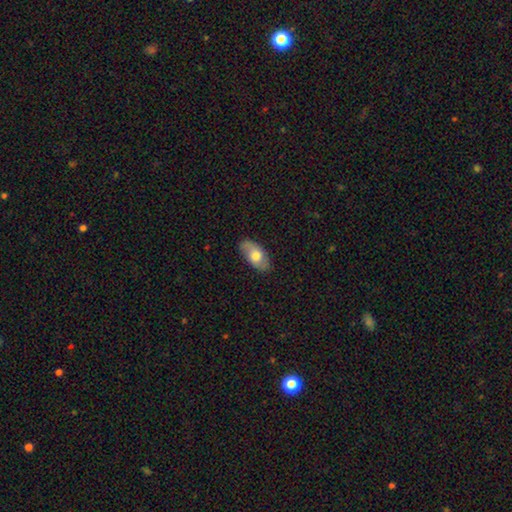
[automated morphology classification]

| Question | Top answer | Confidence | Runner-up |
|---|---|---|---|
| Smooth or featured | smooth | 67% | featured or disk (28%) |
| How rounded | in between | 92% | round (4%) |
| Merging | none | 82% | minor disturbance (14%) |